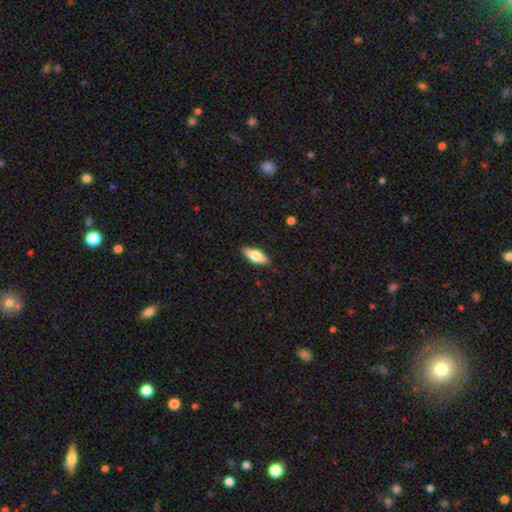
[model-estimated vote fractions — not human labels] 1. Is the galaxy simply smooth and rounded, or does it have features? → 66% smooth, 28% featured or disk, 6% star or artifact.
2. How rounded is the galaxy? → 73% in between, 24% cigar-shaped, 3% round.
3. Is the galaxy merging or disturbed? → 87% none, 10% minor disturbance, 2% major disturbance, 1% merger.